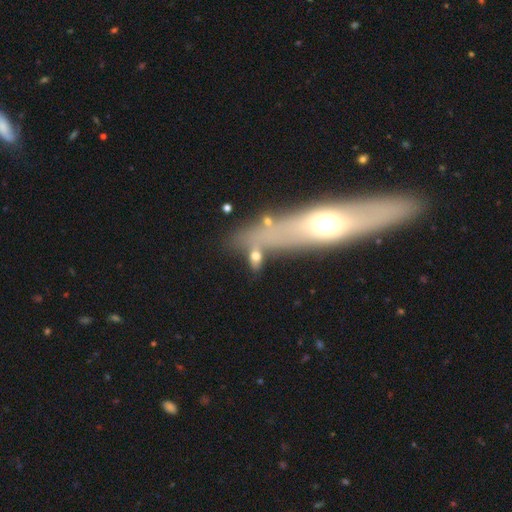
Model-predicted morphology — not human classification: Q: Smooth or featured?
A: smooth (64%); runner-up: featured or disk (23%)
Q: How rounded?
A: in between (70%); runner-up: cigar-shaped (18%)
Q: Merging?
A: none (49%); runner-up: merger (24%)